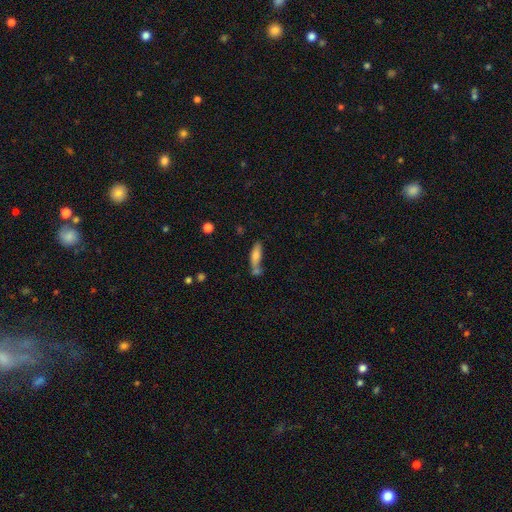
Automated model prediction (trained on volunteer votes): smooth 71%, featured or disk 21%, star or artifact 9%. Down the decision tree: how rounded — cigar-shaped (53%); merging — none (44%).